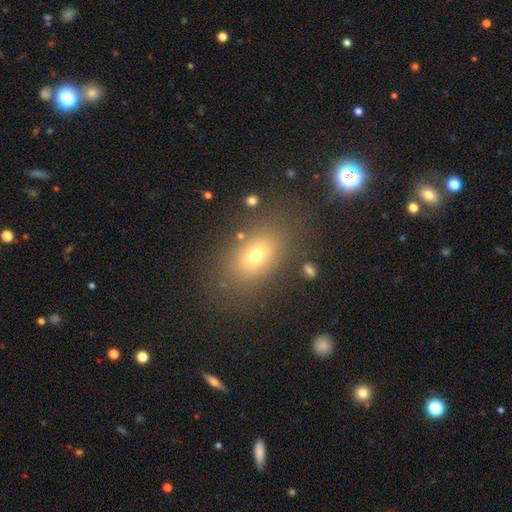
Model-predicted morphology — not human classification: The model was most divided on "smooth or featured": smooth: 68%, star or artifact: 17%, featured or disk: 15%. More confident: merging — none (80%); how rounded — in between (78%).